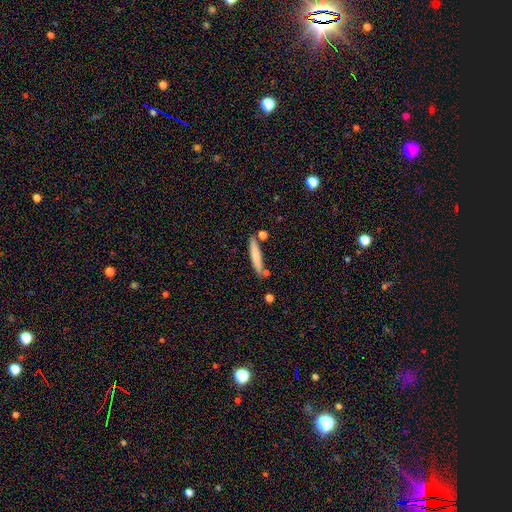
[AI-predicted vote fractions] A smooth galaxy with no disk features (74%) that is cigar-shaped (91%).

Vote fractions:
- Smooth or featured? smooth: 74% / featured or disk: 20% / star or artifact: 6%
- How rounded? cigar-shaped: 91% / in between: 8% / round: 1%
- Merging? none: 80% / minor disturbance: 11% / merger: 6% / major disturbance: 2%